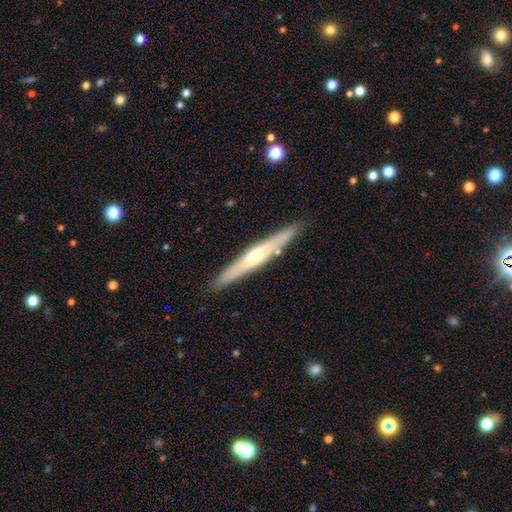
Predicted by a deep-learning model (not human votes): Smooth or featured: featured or disk — 61% (smooth — 33%)
Edge-on disk: yes — 94% (no — 6%)
Edge-on bulge: rounded — 70% (none — 23%)
Merging: none — 88% (minor disturbance — 8%)